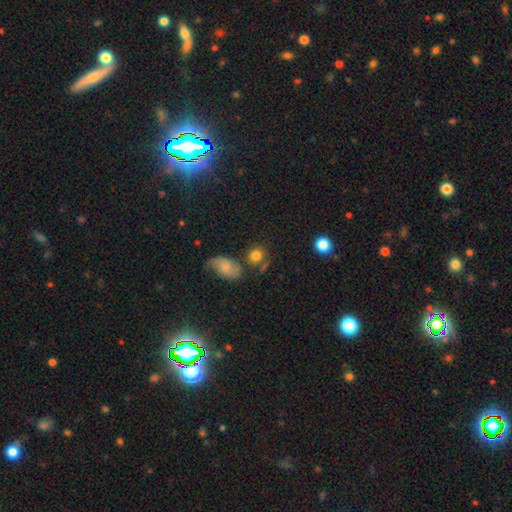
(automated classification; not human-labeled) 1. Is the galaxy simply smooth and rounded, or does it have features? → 80% smooth, 10% star or artifact, 10% featured or disk.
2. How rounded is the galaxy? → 72% round, 26% in between, 2% cigar-shaped.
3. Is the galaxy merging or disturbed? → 64% none, 16% merger, 15% minor disturbance, 6% major disturbance.